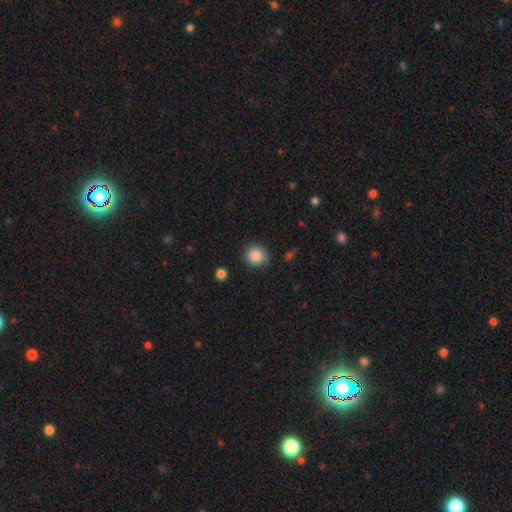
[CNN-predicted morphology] type=smooth (87%); roundness=round (81%); merging=none (84%).